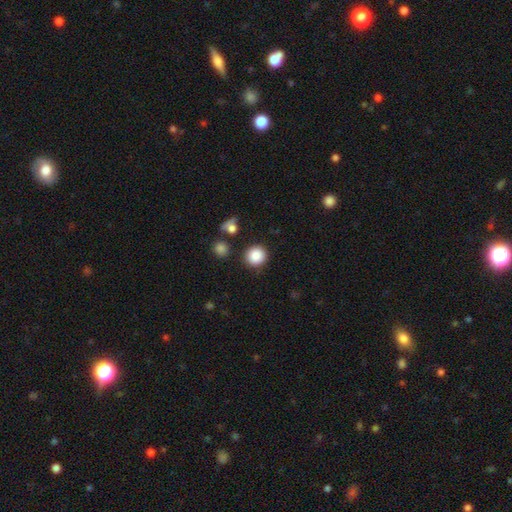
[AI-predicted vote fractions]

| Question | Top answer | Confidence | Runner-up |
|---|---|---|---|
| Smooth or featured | smooth | 87% | star or artifact (9%) |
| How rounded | round | 91% | in between (8%) |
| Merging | none | 87% | minor disturbance (7%) |